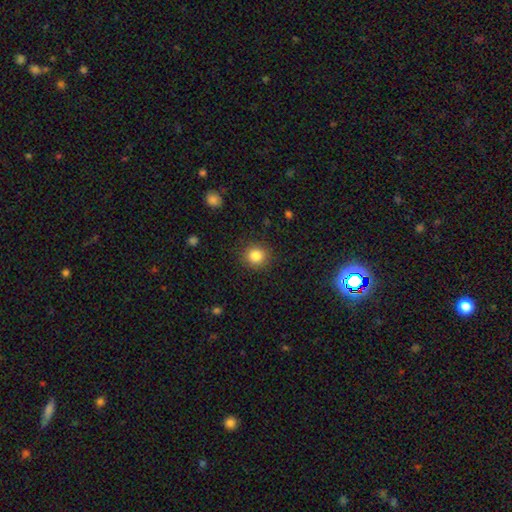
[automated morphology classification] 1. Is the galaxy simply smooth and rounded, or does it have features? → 84% smooth, 11% star or artifact, 5% featured or disk.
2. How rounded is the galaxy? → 90% round, 9% in between, 1% cigar-shaped.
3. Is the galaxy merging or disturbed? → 90% none, 7% minor disturbance, 2% major disturbance, 1% merger.